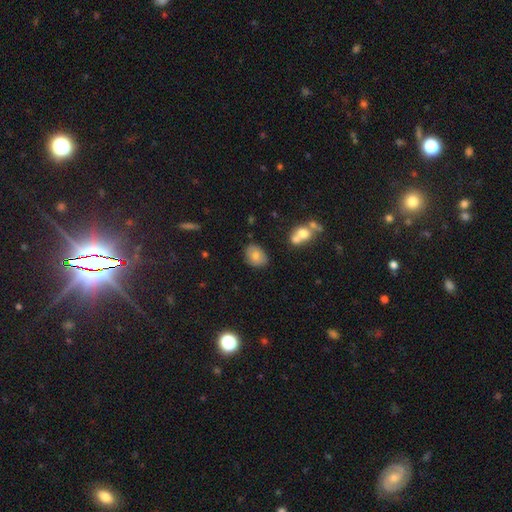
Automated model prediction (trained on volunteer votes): Smooth or featured? Predicted: smooth (p=0.76). How rounded? Predicted: in between (p=0.69). Merging? Predicted: none (p=0.79).